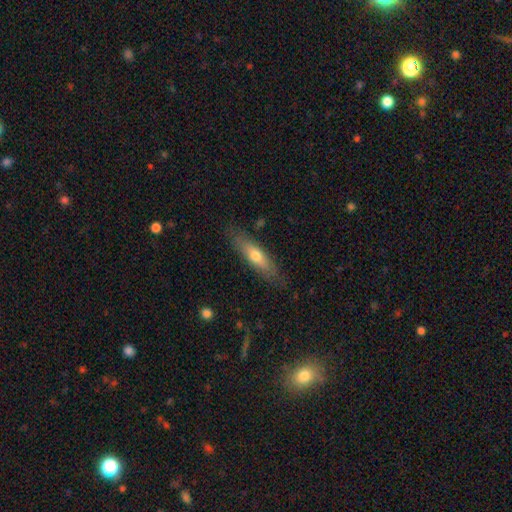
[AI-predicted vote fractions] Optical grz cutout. It shows a smooth galaxy with no disk features (58%) that is cigar-shaped (62%). Merging: none (81%).